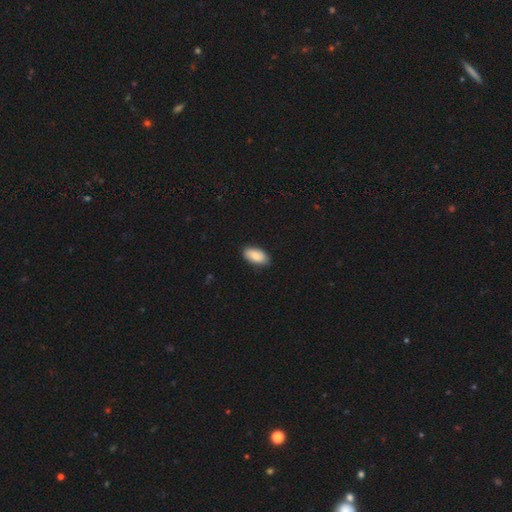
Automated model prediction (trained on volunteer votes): Morphology: type=smooth (86%); roundness=in between (94%); merging=none (85%).